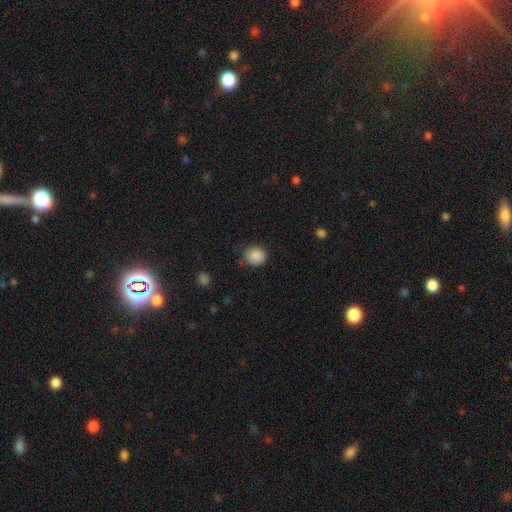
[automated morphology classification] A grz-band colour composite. It shows a smooth galaxy with no disk features (87%) that is round (79%). Merging: none (76%).